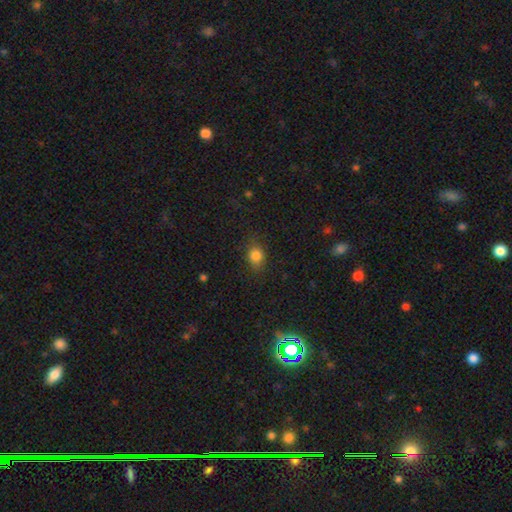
This is clearly a smooth galaxy (92%). How rounded: likely in between (60%). Merging: clearly none (81%).